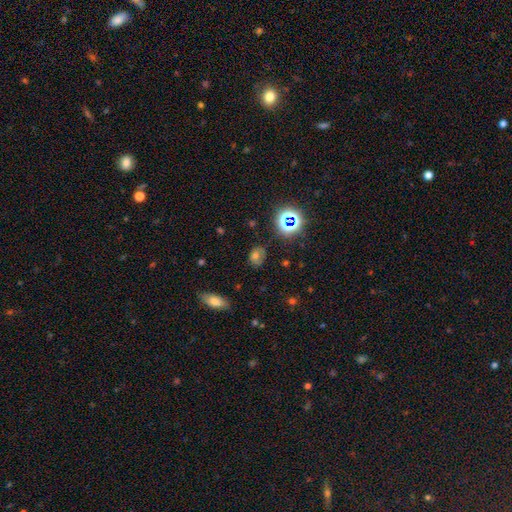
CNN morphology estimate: smooth-or-featured: smooth: 53% | star or artifact: 33% | featured or disk: 13%
  how-rounded: in between: 57% | round: 41% | cigar-shaped: 2%
  merging: none: 75% | minor disturbance: 17% | major disturbance: 6% | merger: 2%